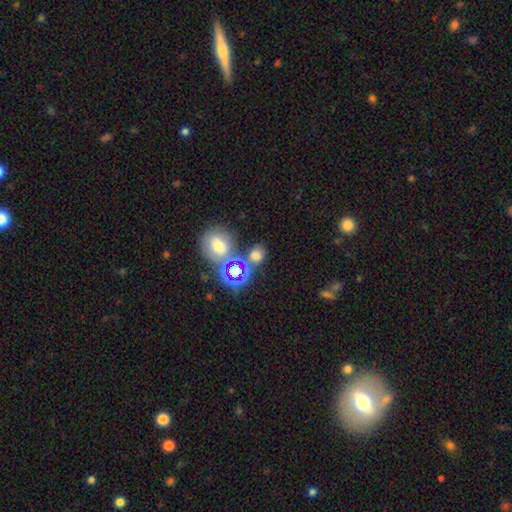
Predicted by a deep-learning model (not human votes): Morphology: type=smooth (63%); roundness=round (58%); merging=none (59%).